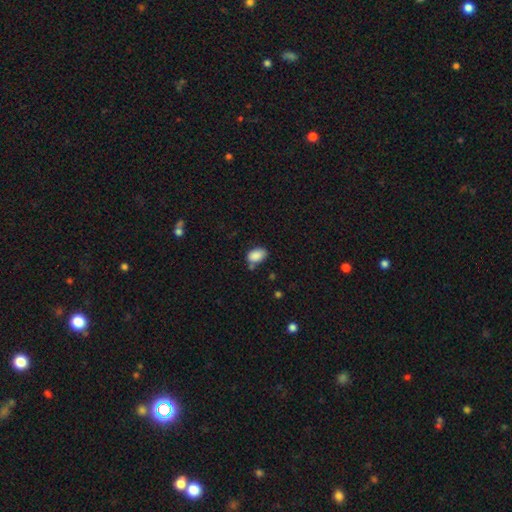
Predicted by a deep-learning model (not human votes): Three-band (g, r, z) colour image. It shows a smooth galaxy with no disk features (88%) that is in between round and cigar-shaped (88%). Merging: none (65%).